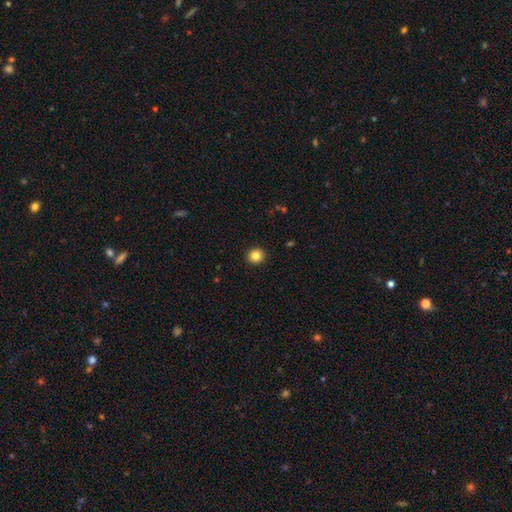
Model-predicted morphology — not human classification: Smooth or featured? smooth (84%)
How rounded? round (92%)
Merging? none (93%)